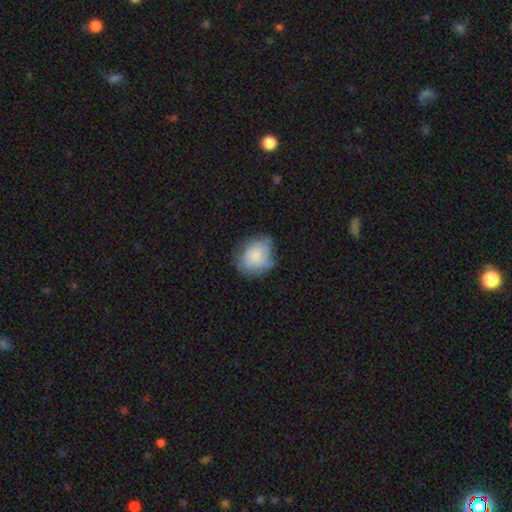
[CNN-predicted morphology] Smooth or featured? smooth (67%)
How rounded? round (53%)
Merging? none (57%)